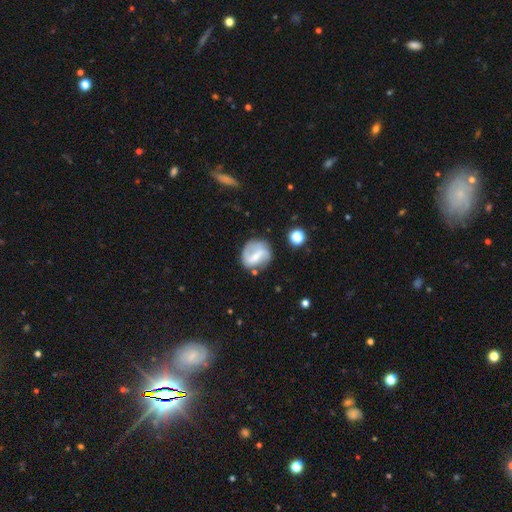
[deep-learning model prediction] Smooth or featured?
  - featured or disk: 60% *
  - smooth: 32%
  - star or artifact: 8%
Edge-on disk?
  - no: 96% *
  - yes: 4%
Bar?
  - strong: 41% *
  - weak: 38%
  - no: 20%
Spiral arms?
  - yes: 71% *
  - no: 29%
Bulge size?
  - small: 49% *
  - moderate: 27%
  - none: 19%
  - large: 3%
  - dominant: 1%
Merging?
  - none: 66% *
  - minor disturbance: 20%
  - major disturbance: 10%
  - merger: 5%